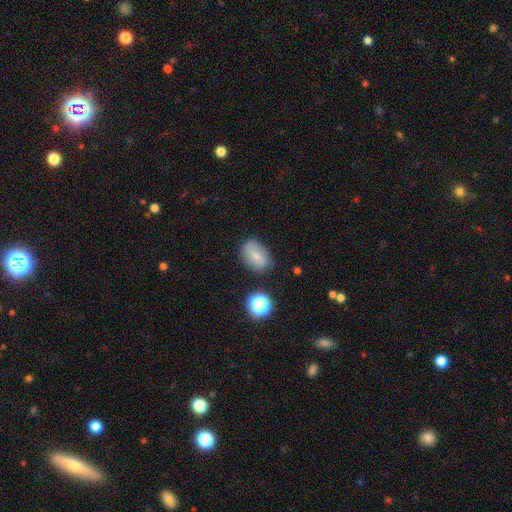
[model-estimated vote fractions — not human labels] A smooth galaxy with no disk features (70%) that is in between round and cigar-shaped (77%).

Vote fractions:
- Smooth or featured? smooth: 70% / featured or disk: 18% / star or artifact: 12%
- How rounded? in between: 77% / round: 22% / cigar-shaped: 2%
- Merging? none: 77% / minor disturbance: 15% / major disturbance: 4% / merger: 3%